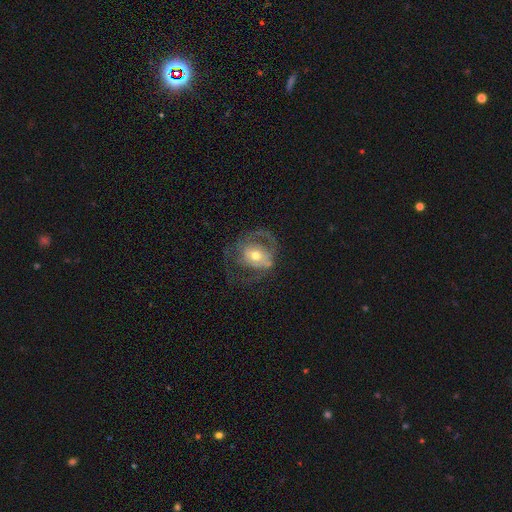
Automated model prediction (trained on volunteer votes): Smooth or featured?
  - featured or disk: 62% *
  - smooth: 31%
  - star or artifact: 7%
Edge-on disk?
  - no: 96% *
  - yes: 4%
Bar?
  - no: 67% *
  - weak: 25%
  - strong: 9%
Spiral arms?
  - yes: 55% *
  - no: 45%
Bulge size?
  - moderate: 69% *
  - small: 21%
  - large: 7%
  - dominant: 1%
  - none: 1%
Merging?
  - major disturbance: 40% *
  - none: 39%
  - minor disturbance: 19%
  - merger: 2%